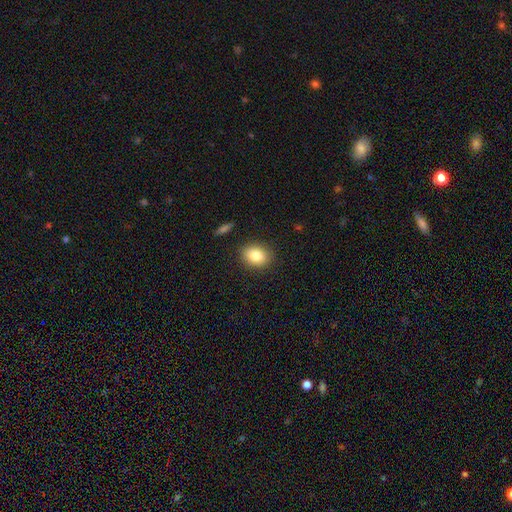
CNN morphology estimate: Smooth or featured: smooth — 84% (star or artifact — 9%)
How rounded: in between — 63% (round — 36%)
Merging: none — 87% (minor disturbance — 9%)